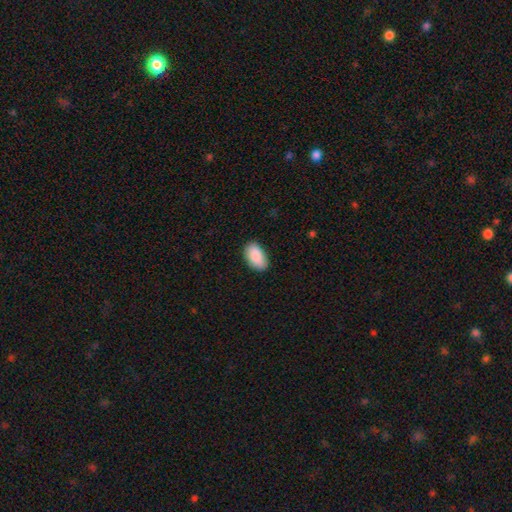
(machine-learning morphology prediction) smooth-or-featured: smooth: 90% | star or artifact: 6% | featured or disk: 4%
  how-rounded: in between: 95% | round: 4% | cigar-shaped: 2%
  merging: none: 84% | minor disturbance: 13% | major disturbance: 2% | merger: 1%